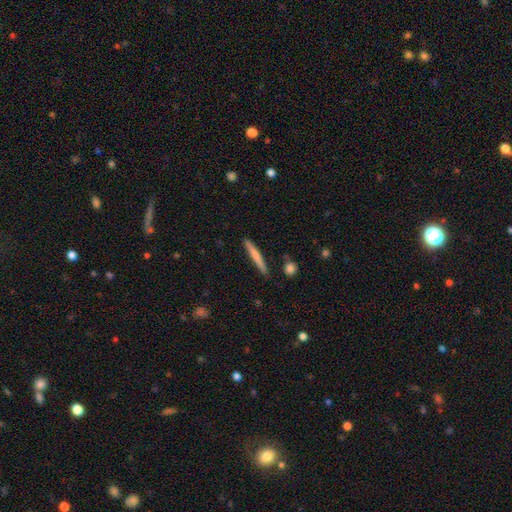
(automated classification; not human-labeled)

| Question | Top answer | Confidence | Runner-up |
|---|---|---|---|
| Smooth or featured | smooth | 65% | featured or disk (29%) |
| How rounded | cigar-shaped | 96% | in between (3%) |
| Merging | none | 88% | minor disturbance (8%) |